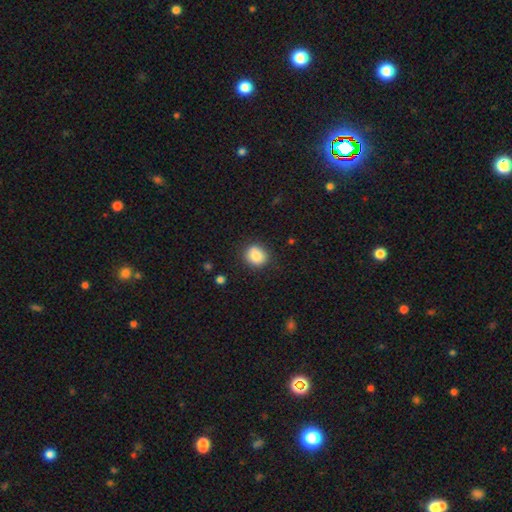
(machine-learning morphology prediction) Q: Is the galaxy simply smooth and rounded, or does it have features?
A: smooth — 85%.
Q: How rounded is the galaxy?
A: round — 77%.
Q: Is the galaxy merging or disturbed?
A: none — 85%.